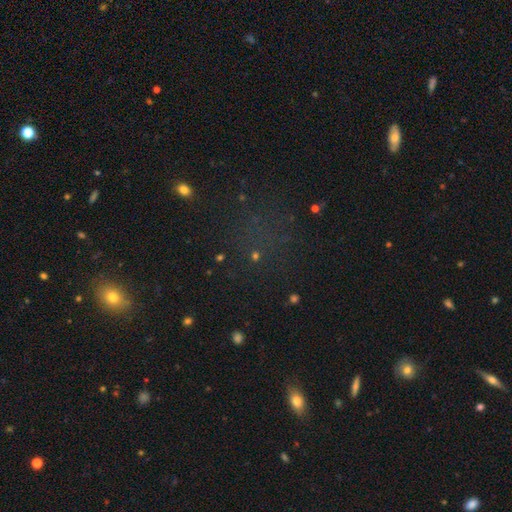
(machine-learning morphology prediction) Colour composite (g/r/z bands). It shows a star or artifact, not a galaxy (51%).